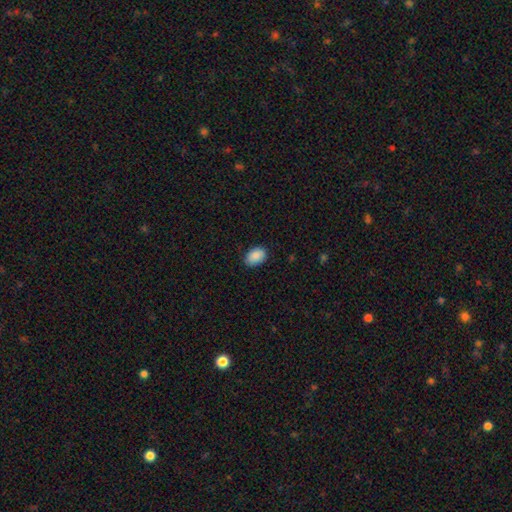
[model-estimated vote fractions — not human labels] Overall: smooth (89%). How rounded: in between (84%). Merging: none (84%).